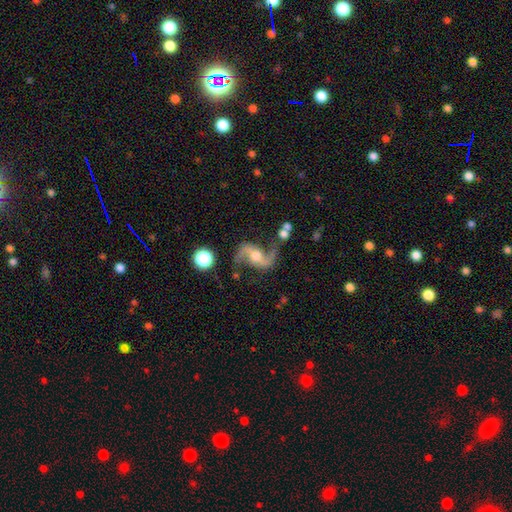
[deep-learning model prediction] The model was most divided on "bar": no: 47%, weak: 34%, strong: 18%. More confident: spiral arms — yes (97%); edge-on disk — no (97%); spiral arm count — 2 (94%); smooth or featured — featured or disk (89%); spiral winding — loose (77%); merging — none (70%); bulge size — moderate (63%).